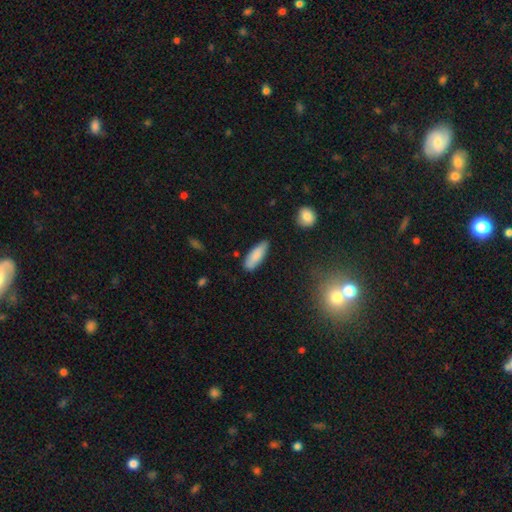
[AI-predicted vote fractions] Smooth or featured: smooth — 84% (featured or disk — 10%)
How rounded: in between — 59% (cigar-shaped — 40%)
Merging: none — 76% (minor disturbance — 18%)